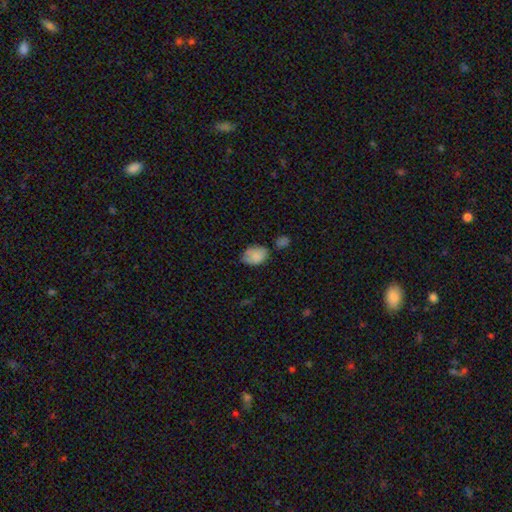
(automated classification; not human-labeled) This is likely a smooth galaxy (79%). How rounded: clearly in between (83%). Merging: possibly none (49%).